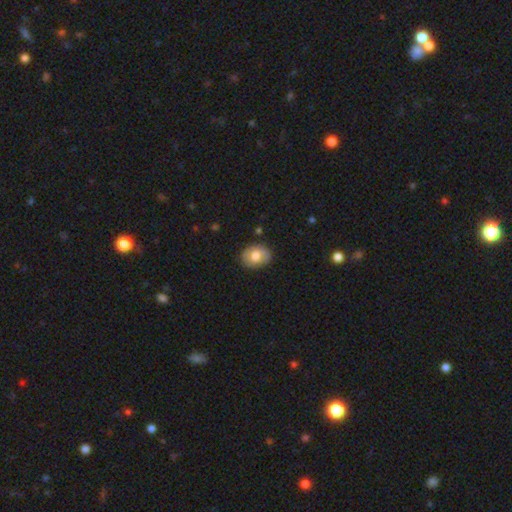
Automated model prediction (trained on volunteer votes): The model was most divided on "how rounded": in between: 65%, round: 34%, cigar-shaped: 1%. More confident: merging — none (82%); smooth or featured — smooth (68%).